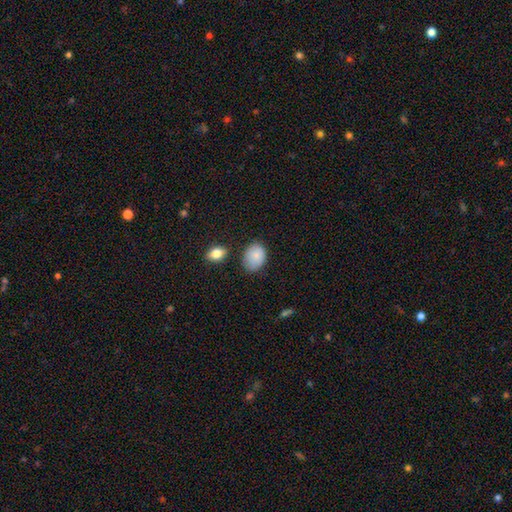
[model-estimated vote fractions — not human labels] This appears to be a smooth galaxy with no disk features (84%) that is in between round and cigar-shaped (72%). Merging: none (66%).